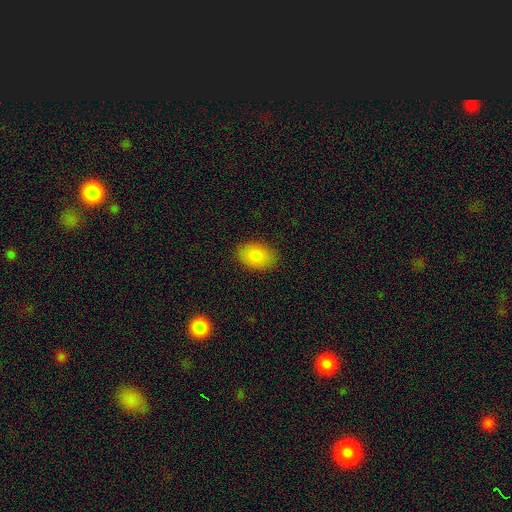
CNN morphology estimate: A smooth galaxy with no disk features (85%) that is in between round and cigar-shaped (89%). Merging: none (87%).